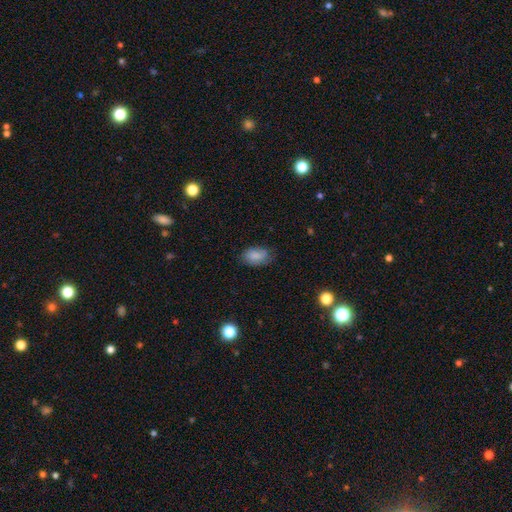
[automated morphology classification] A smooth galaxy with no disk features (85%) that is in between round and cigar-shaped (89%). Merging: none (69%).